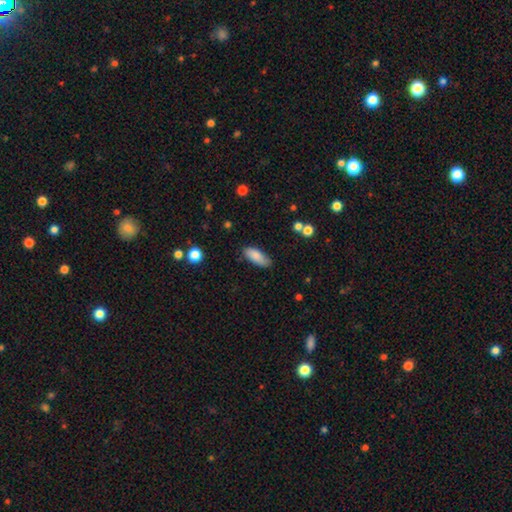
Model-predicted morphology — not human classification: smooth 85%, featured or disk 9%, star or artifact 7%. Down the decision tree: how rounded — in between (78%); merging — none (78%).